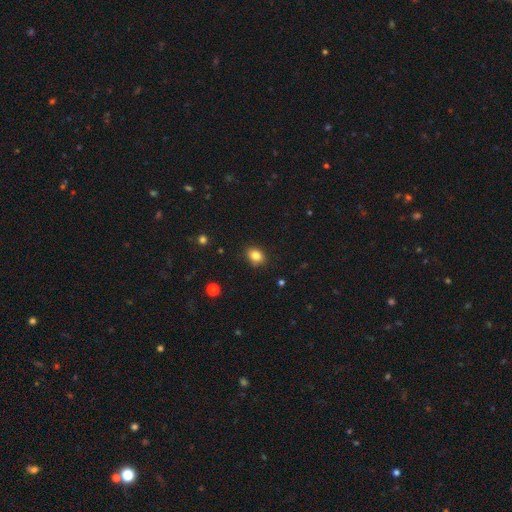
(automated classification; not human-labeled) Morphology: type=smooth (83%); roundness=in between (54%); merging=none (84%).